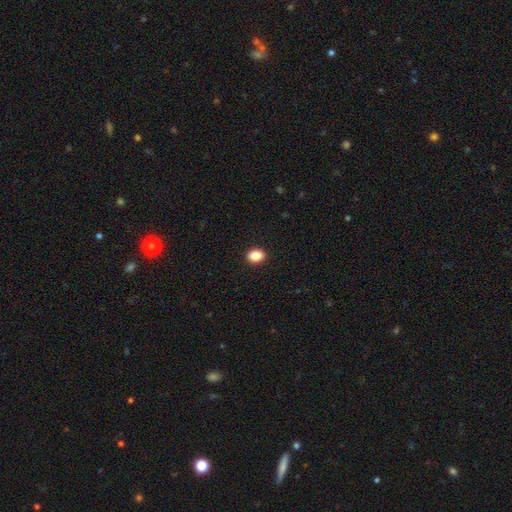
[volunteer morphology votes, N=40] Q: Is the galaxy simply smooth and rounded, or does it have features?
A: smooth — 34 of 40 (85%).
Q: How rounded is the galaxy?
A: in between — 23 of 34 (68%).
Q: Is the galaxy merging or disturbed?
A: none — 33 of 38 (87%).